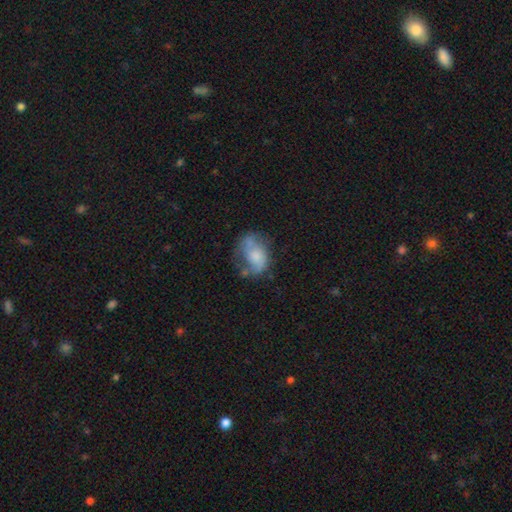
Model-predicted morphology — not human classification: This appears to be a smooth galaxy with no disk features (50%) that is in between round and cigar-shaped (80%). Merging: none (39%).